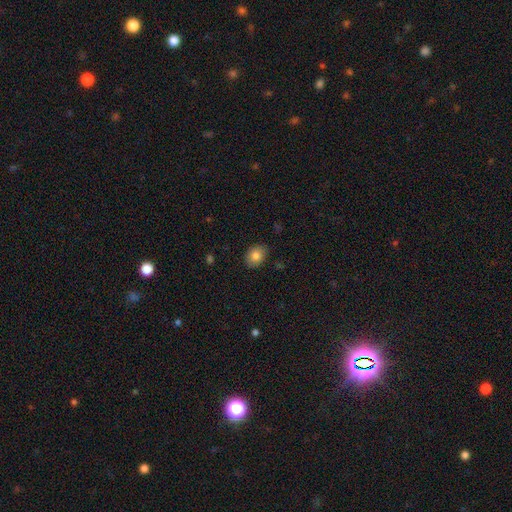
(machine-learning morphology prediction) Smooth or featured: smooth — 83% (featured or disk — 9%)
How rounded: in between — 64% (round — 35%)
Merging: none — 85% (minor disturbance — 12%)